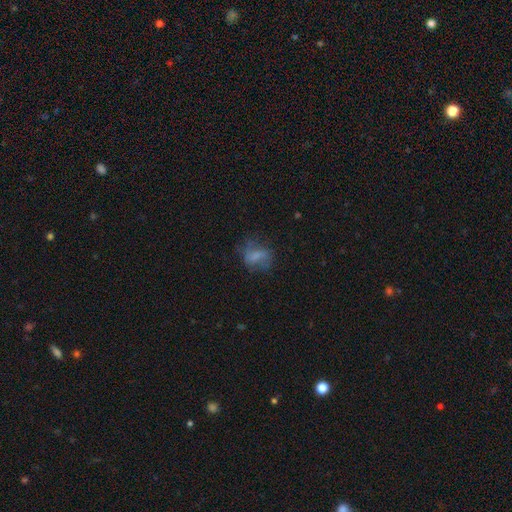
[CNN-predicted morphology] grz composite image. It shows a smooth galaxy with no disk features (58%) that is in between round and cigar-shaped (60%). Merging: none (52%).